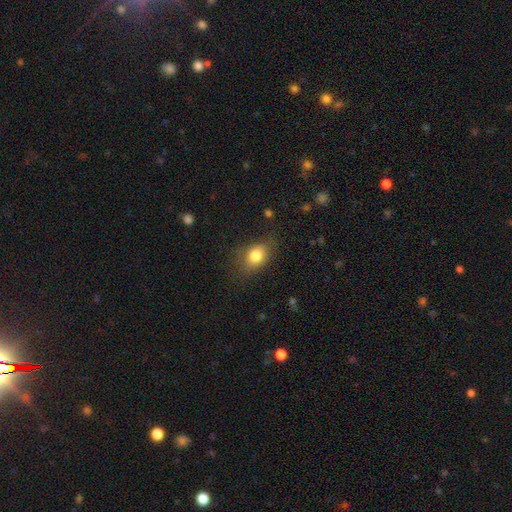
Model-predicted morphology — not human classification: Q: Smooth or featured?
A: smooth (81%); runner-up: star or artifact (10%)
Q: How rounded?
A: in between (66%); runner-up: round (32%)
Q: Merging?
A: none (75%); runner-up: minor disturbance (18%)